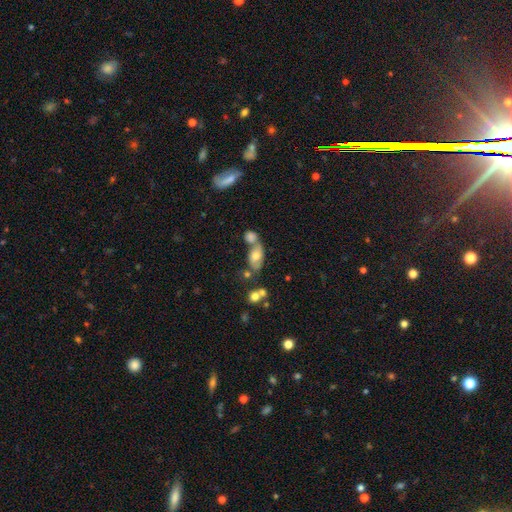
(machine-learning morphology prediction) This appears to be a smooth galaxy with no disk features (55%) that is in between round and cigar-shaped (83%). Merging: merger (42%).